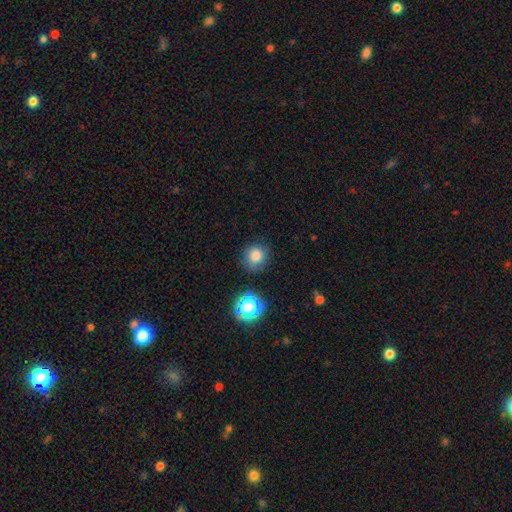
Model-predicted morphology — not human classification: Smooth or featured? smooth (80%)
How rounded? round (89%)
Merging? none (81%)